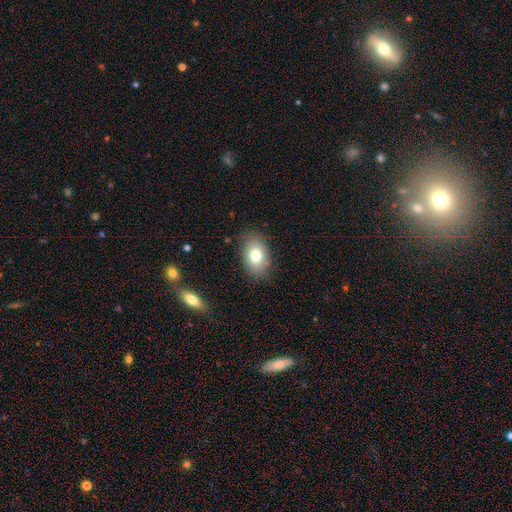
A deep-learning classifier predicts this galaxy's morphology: Smooth or featured? smooth (76%)
How rounded? in between (85%)
Merging? none (83%)